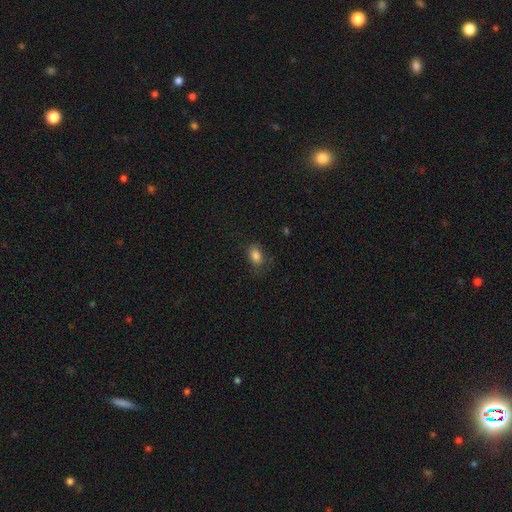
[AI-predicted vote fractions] Smooth or featured?
  - smooth: 83% *
  - star or artifact: 10%
  - featured or disk: 7%
How rounded?
  - in between: 82% *
  - round: 16%
  - cigar-shaped: 2%
Merging?
  - none: 69% *
  - minor disturbance: 21%
  - major disturbance: 9%
  - merger: 1%